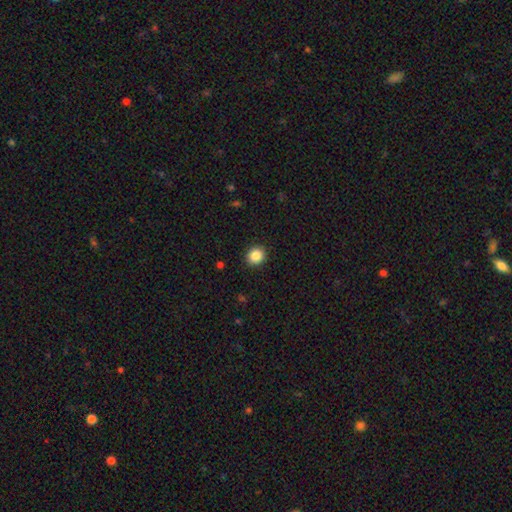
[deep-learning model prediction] Smooth or featured? smooth (86%)
How rounded? round (83%)
Merging? none (91%)